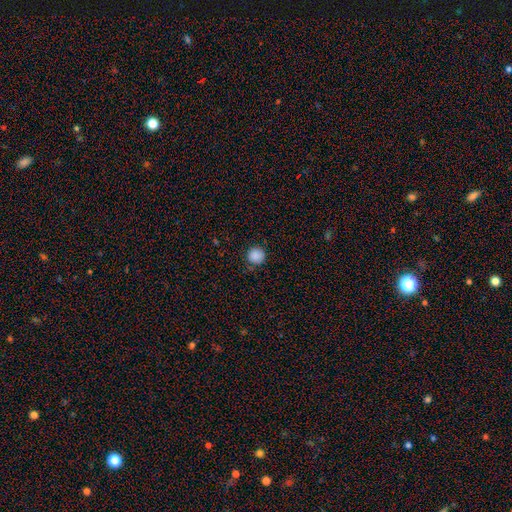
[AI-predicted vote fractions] The model was most divided on "smooth or featured": smooth: 87%, star or artifact: 10%, featured or disk: 3%. More confident: how rounded — round (94%); merging — none (87%).